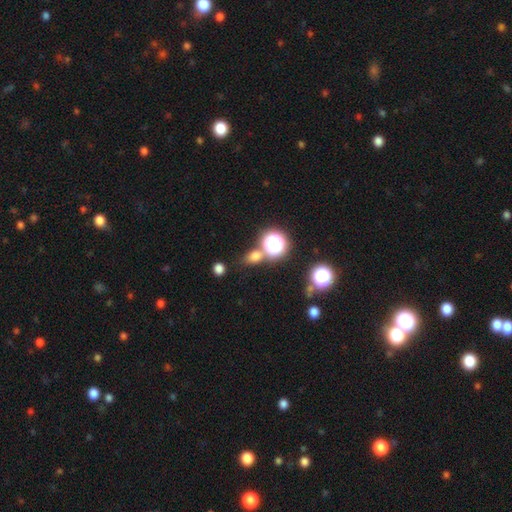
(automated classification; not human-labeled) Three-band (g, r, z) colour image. It shows a smooth galaxy with no disk features (65%) that is round (51%). Merging: none (67%).